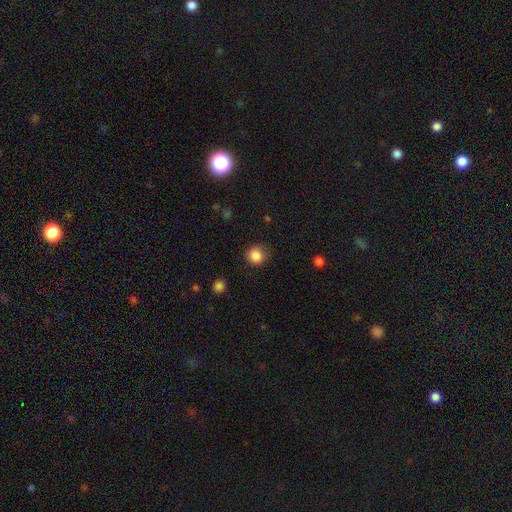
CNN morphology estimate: Overall: smooth (87%). How rounded: round (92%). Merging: none (85%).